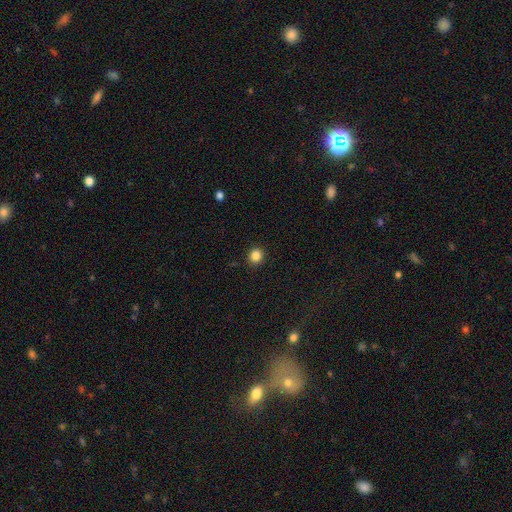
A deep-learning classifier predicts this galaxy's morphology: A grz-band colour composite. It shows a smooth galaxy with no disk features (85%) that is round (85%). Merging: none (92%).